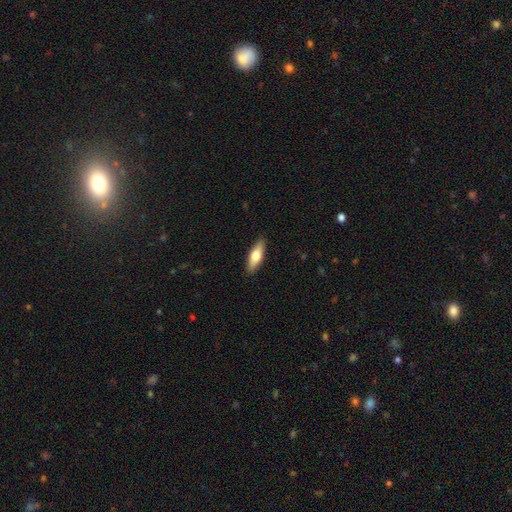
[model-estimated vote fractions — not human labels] Smooth or featured?
  - smooth: 63% *
  - featured or disk: 31%
  - star or artifact: 5%
How rounded?
  - in between: 49% * (tied)
  - cigar-shaped: 49% * (tied)
  - round: 2%
Merging?
  - none: 89% *
  - minor disturbance: 8%
  - major disturbance: 2%
  - merger: 1%